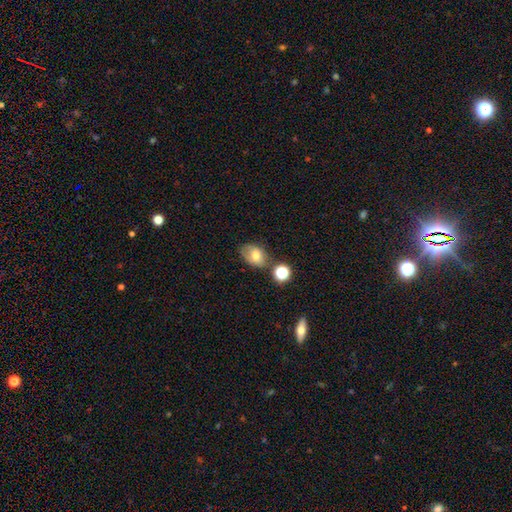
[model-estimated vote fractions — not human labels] smooth-or-featured: smooth: 70% | featured or disk: 19% | star or artifact: 12%
  how-rounded: in between: 75% | round: 23% | cigar-shaped: 1%
  merging: none: 61% | minor disturbance: 21% | merger: 12% | major disturbance: 7%